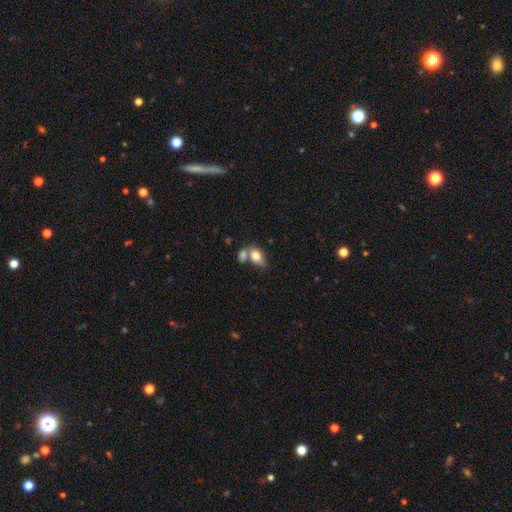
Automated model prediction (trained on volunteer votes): smooth_or_featured: smooth (p=0.77) [alt: featured or disk p=0.15]
how_rounded: in between (p=0.83) [alt: round p=0.14]
merging: merger (p=0.45) [alt: none p=0.34]